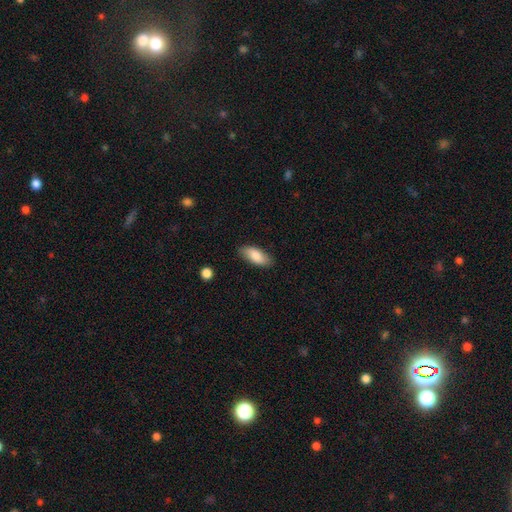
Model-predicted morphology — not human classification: smooth 84%, featured or disk 10%, star or artifact 6%. Down the decision tree: how rounded — in between (84%); merging — none (85%).